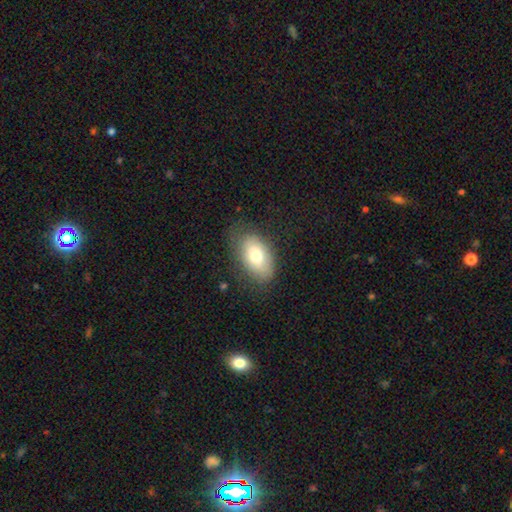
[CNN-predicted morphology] Q: Smooth or featured?
A: smooth (74%); runner-up: featured or disk (18%)
Q: How rounded?
A: in between (91%); runner-up: round (7%)
Q: Merging?
A: none (75%); runner-up: minor disturbance (18%)